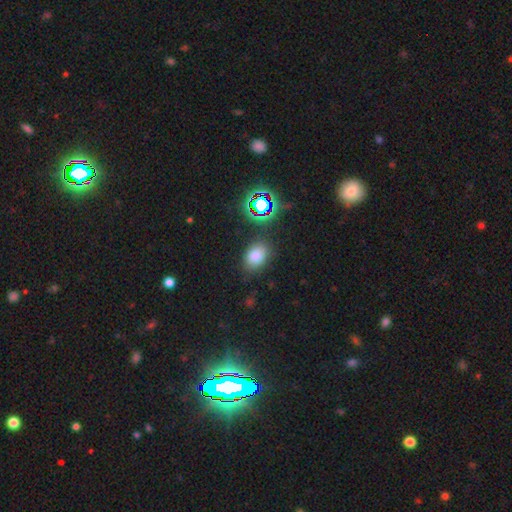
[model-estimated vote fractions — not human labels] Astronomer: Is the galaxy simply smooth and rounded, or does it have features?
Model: smooth — 74%.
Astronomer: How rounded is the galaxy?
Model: in between — 73%.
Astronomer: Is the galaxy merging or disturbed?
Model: none — 79%.